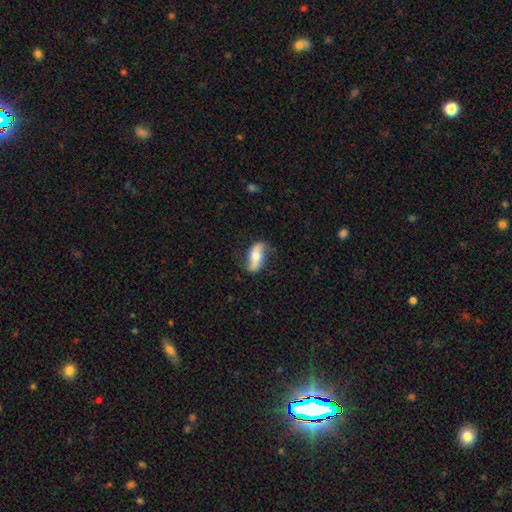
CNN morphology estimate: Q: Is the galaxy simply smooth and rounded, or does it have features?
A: featured or disk — 60%.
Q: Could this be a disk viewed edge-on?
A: no — 85%.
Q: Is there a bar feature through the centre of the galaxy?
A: no — 46%.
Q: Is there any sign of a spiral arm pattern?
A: yes — 84%.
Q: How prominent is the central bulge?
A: moderate — 62%.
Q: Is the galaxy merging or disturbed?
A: none — 72%.